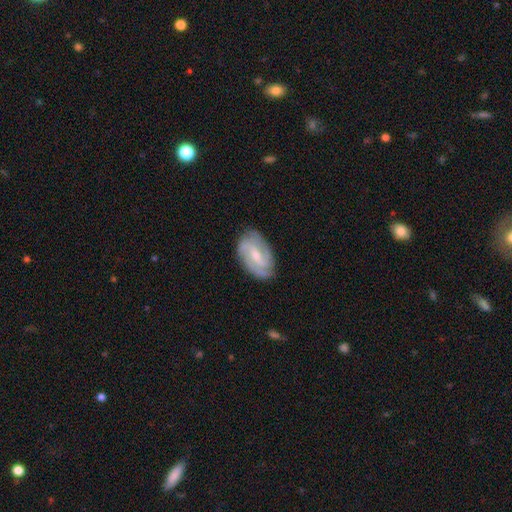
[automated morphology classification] Smooth or featured: featured or disk — 79% (smooth — 16%)
Edge-on disk: no — 96% (yes — 4%)
Bar: weak — 55% (no — 24%)
Spiral arms: yes — 94% (no — 6%)
Spiral winding: medium — 44% (tight — 39%)
Spiral arm count: 2 — 45% (3 — 26%)
Bulge size: small — 55% (moderate — 39%)
Merging: none — 79% (minor disturbance — 16%)